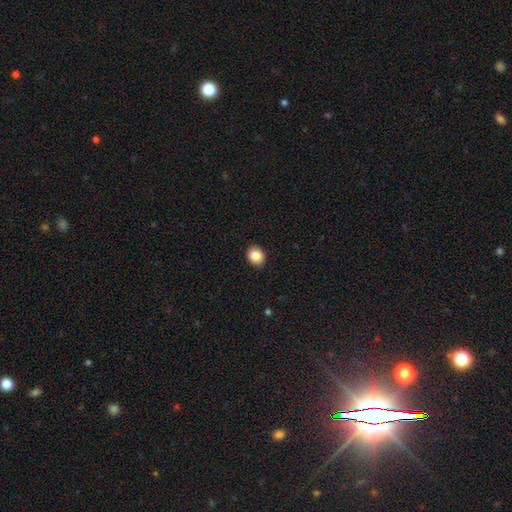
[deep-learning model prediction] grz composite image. It shows a smooth galaxy with no disk features (87%) that is round (57%). Merging: none (90%).